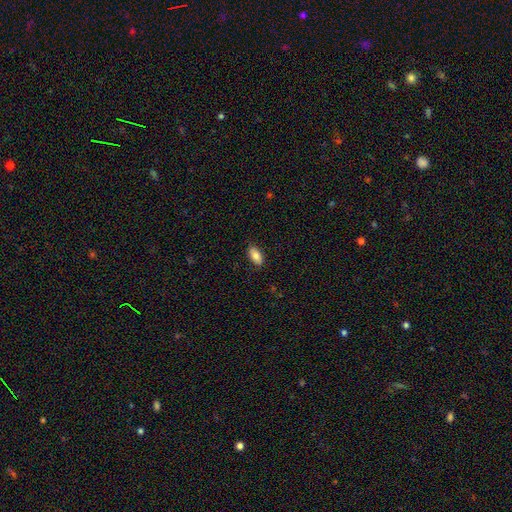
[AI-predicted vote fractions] Smooth or featured: smooth — 82% (featured or disk — 11%)
How rounded: in between — 92% (cigar-shaped — 5%)
Merging: none — 86% (minor disturbance — 11%)